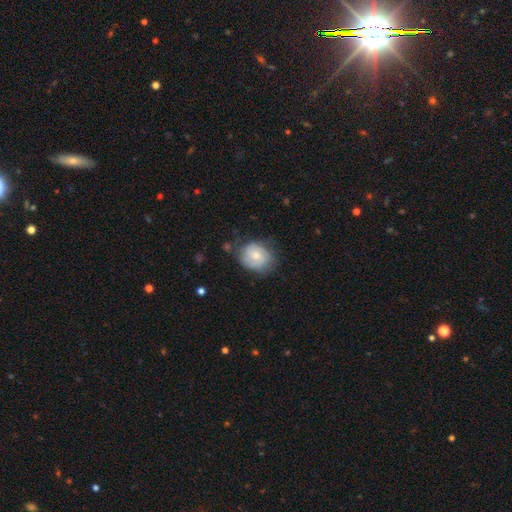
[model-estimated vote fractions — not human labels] smooth-or-featured: smooth: 55% | featured or disk: 38% | star or artifact: 7%
  how-rounded: round: 58% | in between: 41% | cigar-shaped: 1%
  merging: none: 61% | minor disturbance: 27% | major disturbance: 10% | merger: 2%